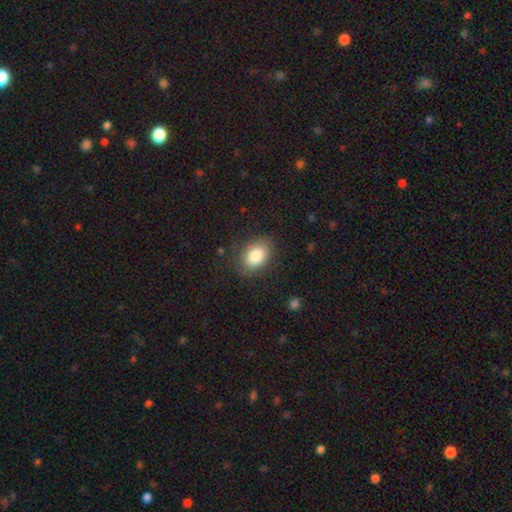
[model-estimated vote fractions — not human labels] Smooth or featured?
  - smooth: 84% *
  - featured or disk: 8%
  - star or artifact: 8%
How rounded?
  - in between: 78% *
  - round: 20%
  - cigar-shaped: 1%
Merging?
  - none: 80% *
  - minor disturbance: 14%
  - major disturbance: 5%
  - merger: 1%